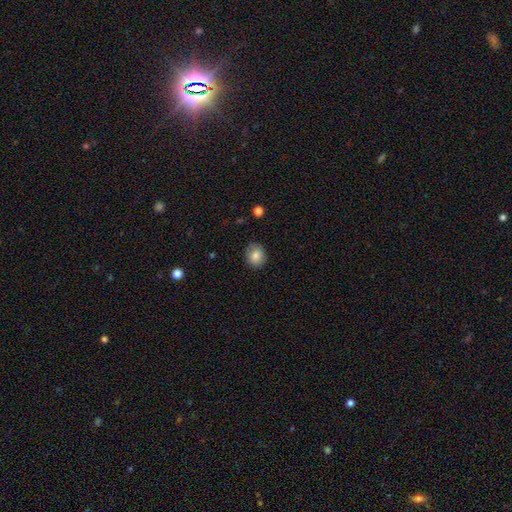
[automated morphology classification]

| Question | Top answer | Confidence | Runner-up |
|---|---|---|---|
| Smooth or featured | smooth | 83% | featured or disk (9%) |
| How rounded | round | 66% | in between (34%) |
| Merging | none | 79% | minor disturbance (16%) |